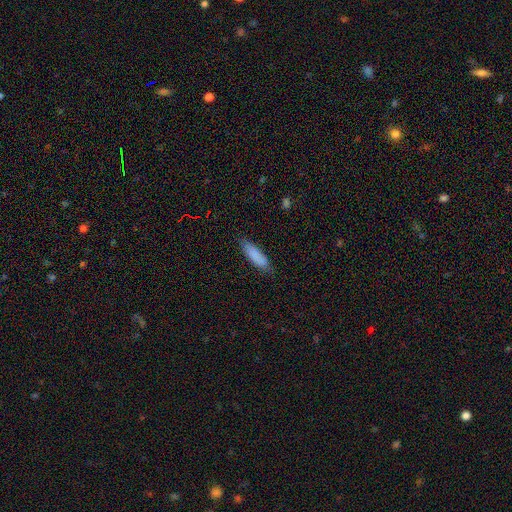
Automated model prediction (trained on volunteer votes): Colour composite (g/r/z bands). It shows a smooth galaxy with no disk features (85%) that is cigar-shaped (53%). Merging: none (77%).